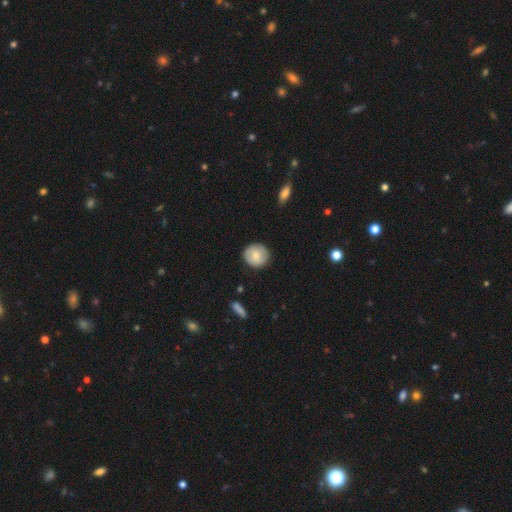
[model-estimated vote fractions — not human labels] Smooth or featured? Predicted: smooth (p=0.74). How rounded? Predicted: round (p=0.89). Merging? Predicted: none (p=0.86).